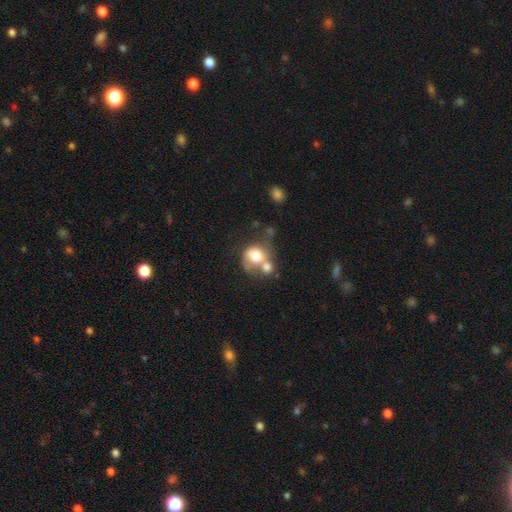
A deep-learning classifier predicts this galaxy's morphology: A smooth galaxy with no disk features (65%) that is round (65%). Merging: merger (55%).